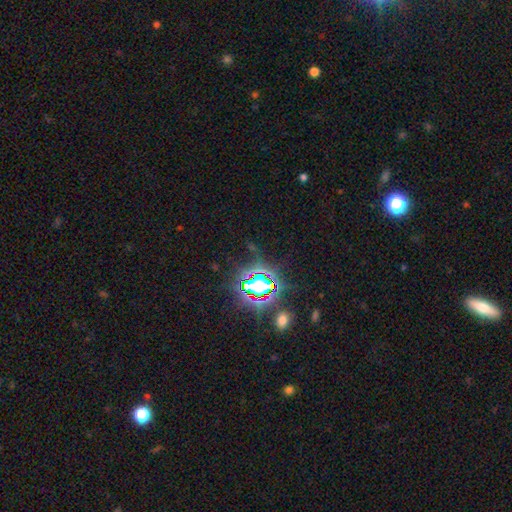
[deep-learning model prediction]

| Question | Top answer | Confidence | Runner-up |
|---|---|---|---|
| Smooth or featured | star or artifact | 80% | smooth (12%) |